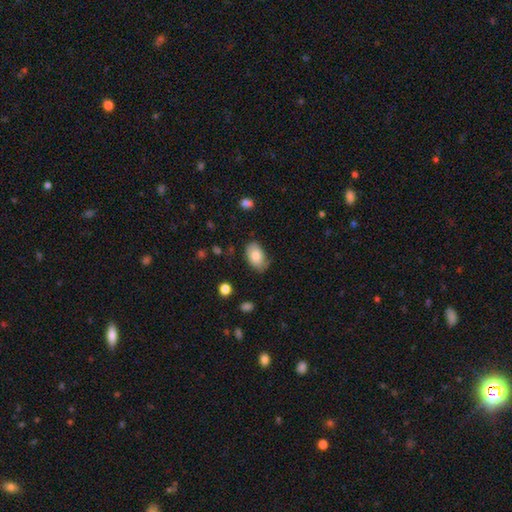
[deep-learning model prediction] Morphology: type=smooth (81%); roundness=in between (92%); merging=none (69%).